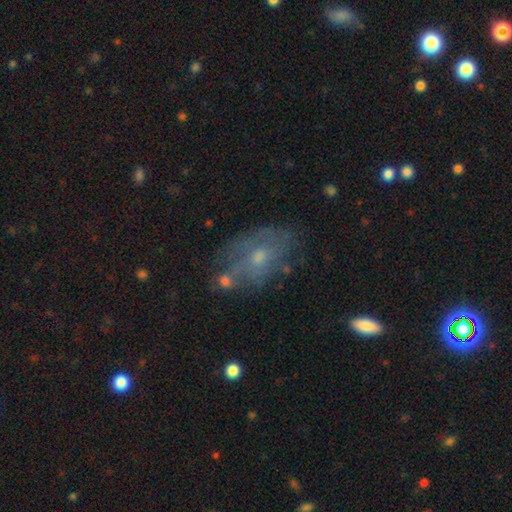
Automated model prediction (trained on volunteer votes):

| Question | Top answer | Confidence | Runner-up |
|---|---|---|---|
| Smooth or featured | featured or disk | 52% | smooth (35%) |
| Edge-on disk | no | 91% | yes (9%) |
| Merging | none | 59% | minor disturbance (24%) |